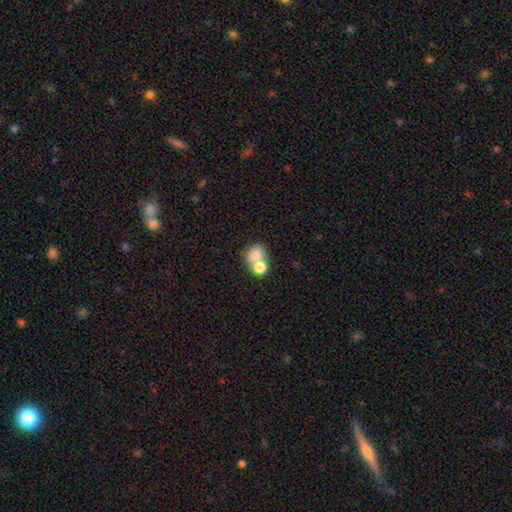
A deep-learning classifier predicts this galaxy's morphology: Overall: smooth (78%). How rounded: round (65%; in between 34%). Merging: merger (56%; none 33%).